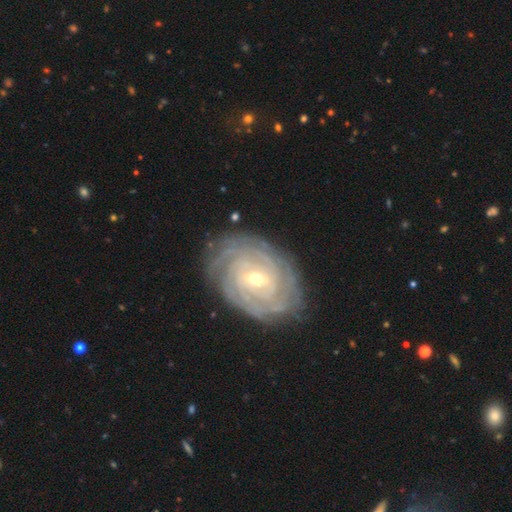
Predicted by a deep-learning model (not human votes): A featured or disk galaxy (75%) with no bar (41%, tied with weak), tight (81%) spiral arms (91%) and a small central bulge (50%). Merging: none (83%).